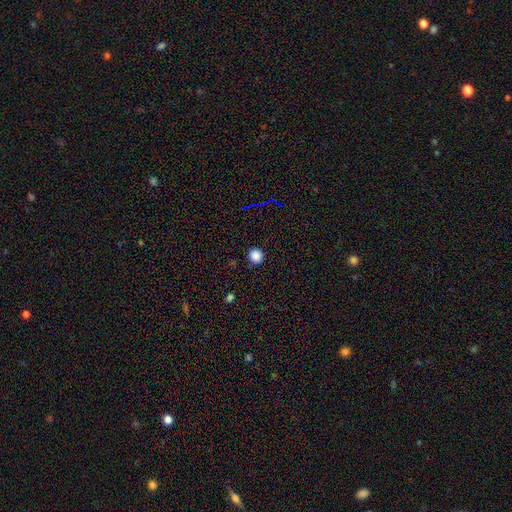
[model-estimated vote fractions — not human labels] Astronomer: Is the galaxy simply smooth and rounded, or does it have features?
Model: smooth — 85%.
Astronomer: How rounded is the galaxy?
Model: round — 96%.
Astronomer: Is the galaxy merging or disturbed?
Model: none — 92%.